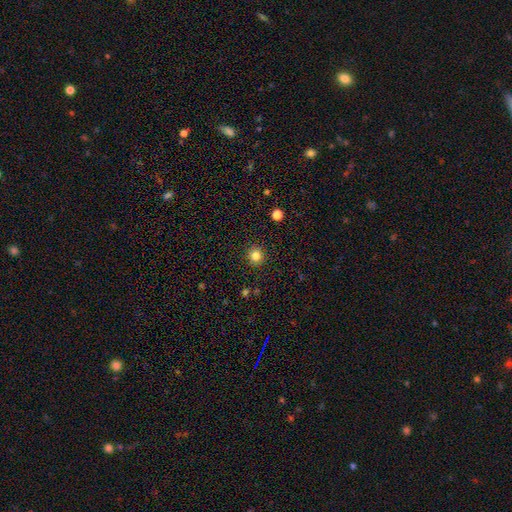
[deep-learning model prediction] Overall: smooth (82%). How rounded: round (91%). Merging: none (91%).